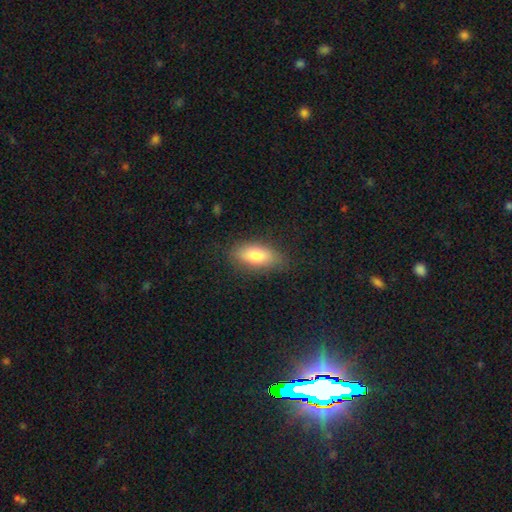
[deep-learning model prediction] A smooth galaxy with no disk features (79%) that is in between round and cigar-shaped (83%).

Vote fractions:
- Smooth or featured? smooth: 79% / featured or disk: 14% / star or artifact: 7%
- How rounded? in between: 83% / cigar-shaped: 14% / round: 3%
- Merging? none: 83% / minor disturbance: 13% / major disturbance: 3% / merger: 1%